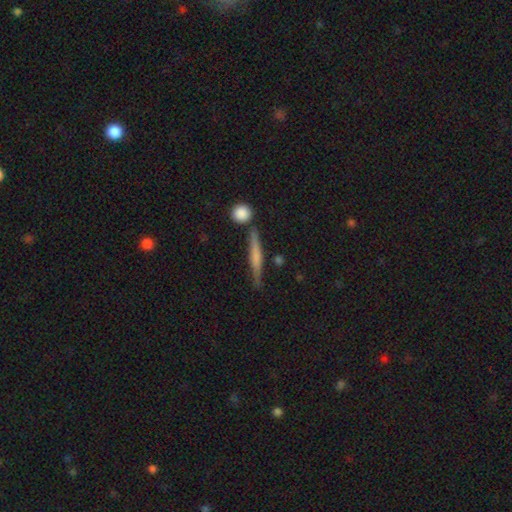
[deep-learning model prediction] Q: Smooth or featured?
A: smooth (51%); runner-up: featured or disk (42%)
Q: How rounded?
A: cigar-shaped (91%); runner-up: in between (6%)
Q: Merging?
A: none (77%); runner-up: minor disturbance (13%)